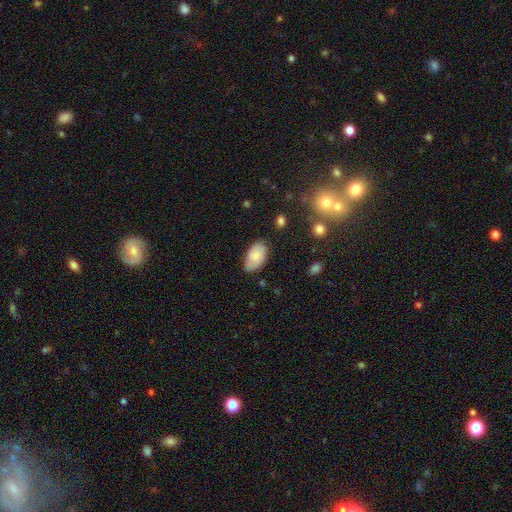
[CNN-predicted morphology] Smooth or featured? smooth (69%)
How rounded? in between (92%)
Merging? none (67%)